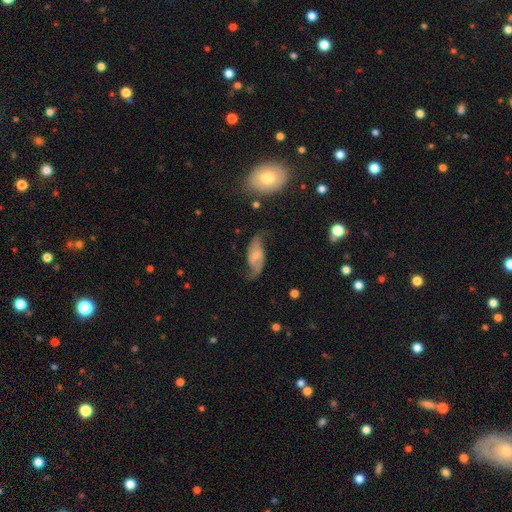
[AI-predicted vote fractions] Smooth or featured: featured or disk — 74% (smooth — 20%)
Edge-on disk: no — 94% (yes — 6%)
Bar: weak — 44% (no — 40%)
Spiral arms: yes — 91% (no — 9%)
Spiral winding: loose — 60% (medium — 29%)
Spiral arm count: 2 — 88% (can't tell — 6%)
Bulge size: small — 52% (moderate — 34%)
Merging: none — 59% (minor disturbance — 23%)